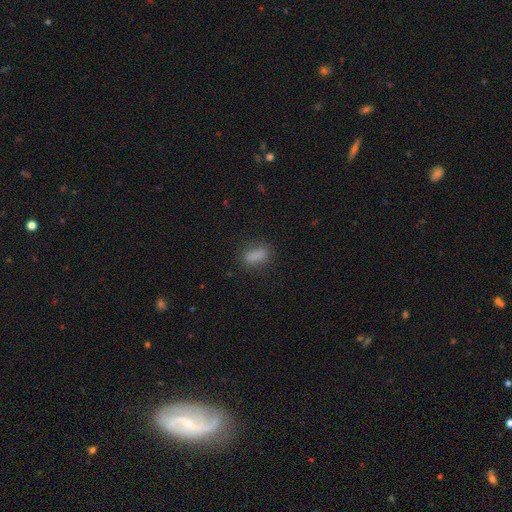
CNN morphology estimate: Q: Smooth or featured?
A: smooth (83%); runner-up: star or artifact (10%)
Q: How rounded?
A: in between (72%); runner-up: cigar-shaped (22%)
Q: Merging?
A: none (77%); runner-up: minor disturbance (16%)